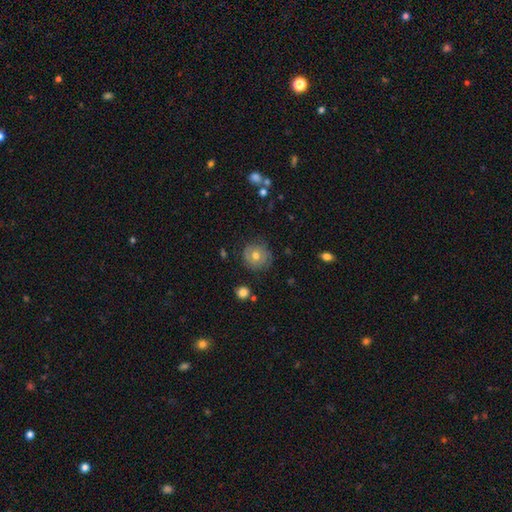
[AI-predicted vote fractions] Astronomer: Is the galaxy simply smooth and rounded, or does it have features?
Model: smooth — 51% (runner-up: featured or disk, 39%).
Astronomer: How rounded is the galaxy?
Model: round — 90%.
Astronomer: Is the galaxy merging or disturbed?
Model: none — 79%.